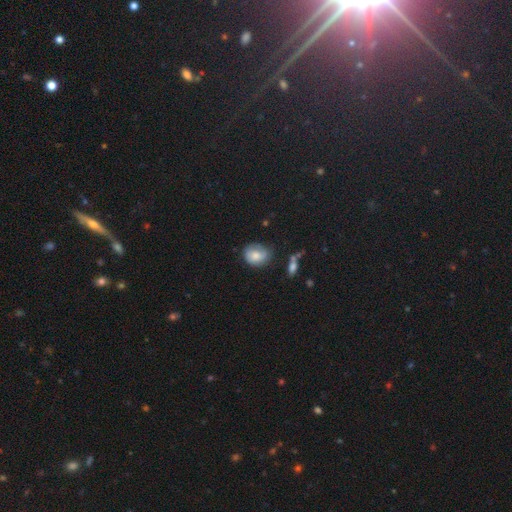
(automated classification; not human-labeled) Overall: smooth (73%). How rounded: round (56%; in between 43%). Merging: none (59%; minor disturbance 30%).